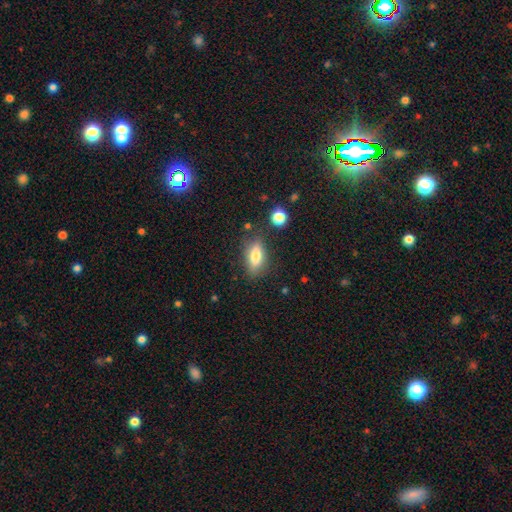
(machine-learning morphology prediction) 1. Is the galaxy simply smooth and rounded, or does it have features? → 76% smooth, 16% featured or disk, 8% star or artifact.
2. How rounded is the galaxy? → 74% in between, 21% cigar-shaped, 4% round.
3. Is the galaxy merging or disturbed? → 79% none, 13% minor disturbance, 4% major disturbance, 3% merger.